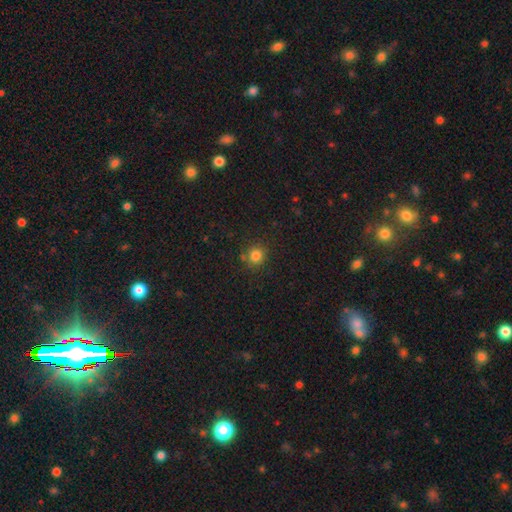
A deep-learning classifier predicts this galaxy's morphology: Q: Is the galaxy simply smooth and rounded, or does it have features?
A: smooth — 81%.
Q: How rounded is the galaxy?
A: round — 89%.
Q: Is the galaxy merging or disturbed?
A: none — 82%.